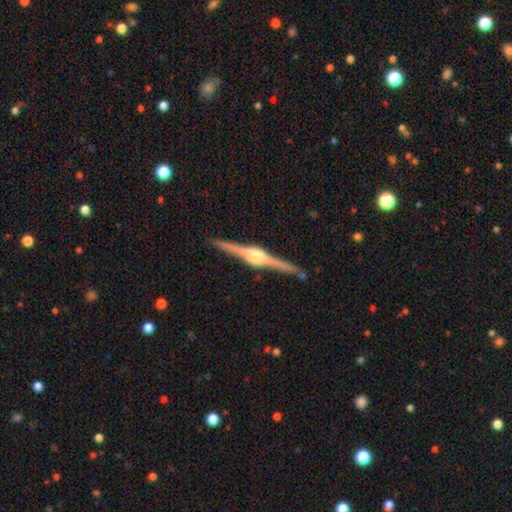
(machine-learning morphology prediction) smooth_or_featured: featured or disk (p=0.89) [alt: smooth p=0.06]
disk_edge_on: yes (p=0.99) [alt: no p=0.01]
edge_on_bulge: rounded (p=0.83) [alt: boxy p=0.14]
merging: none (p=0.92) [alt: minor disturbance p=0.06]